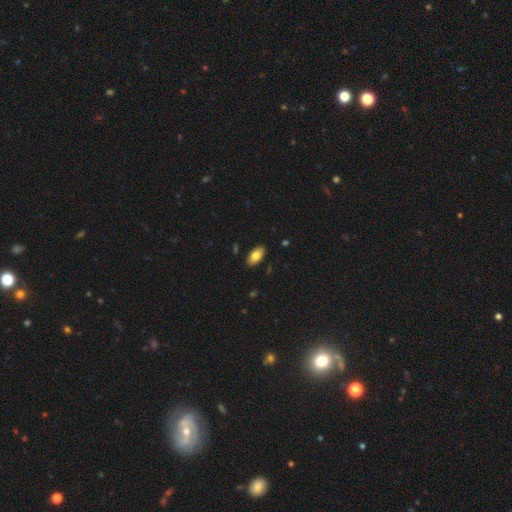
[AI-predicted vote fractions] This is likely a smooth galaxy (79%). How rounded: clearly in between (94%). Merging: clearly none (89%).